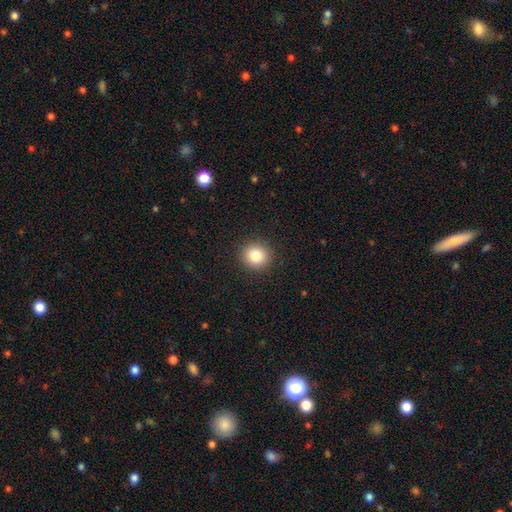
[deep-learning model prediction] This appears to be a smooth galaxy with no disk features (84%) that is round (90%). Merging: none (92%).